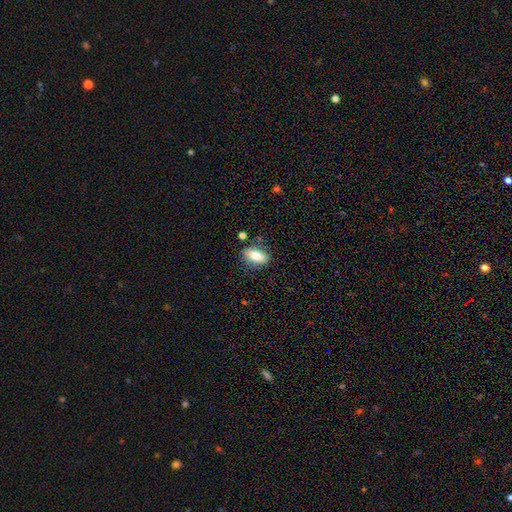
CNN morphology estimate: type=smooth (77%); roundness=in between (84%); merging=none (77%).